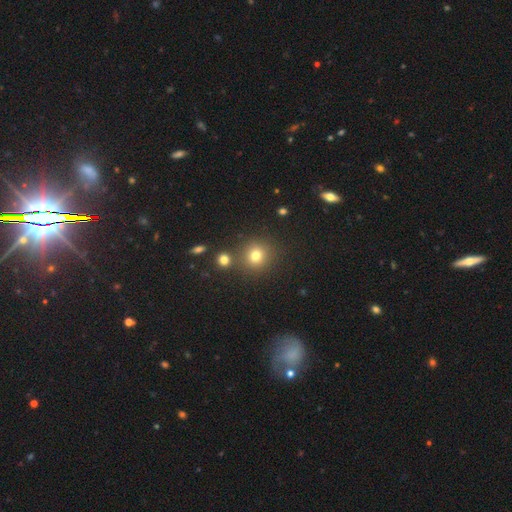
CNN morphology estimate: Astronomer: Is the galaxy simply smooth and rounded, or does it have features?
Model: smooth — 76%.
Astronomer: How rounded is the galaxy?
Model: round — 90%.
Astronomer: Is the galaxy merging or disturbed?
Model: none — 81%.